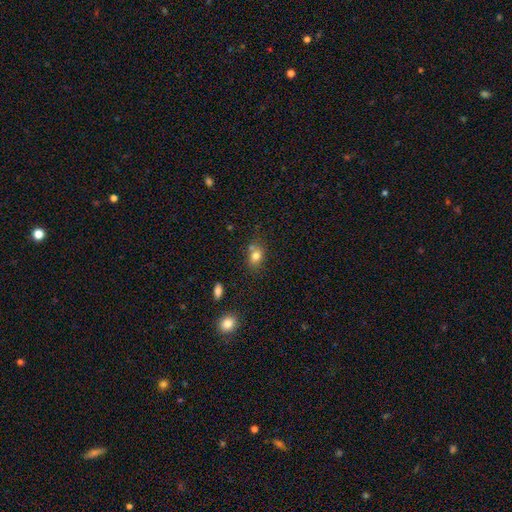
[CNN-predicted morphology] This appears to be a smooth galaxy with no disk features (77%) that is in between round and cigar-shaped (57%). Merging: none (58%).